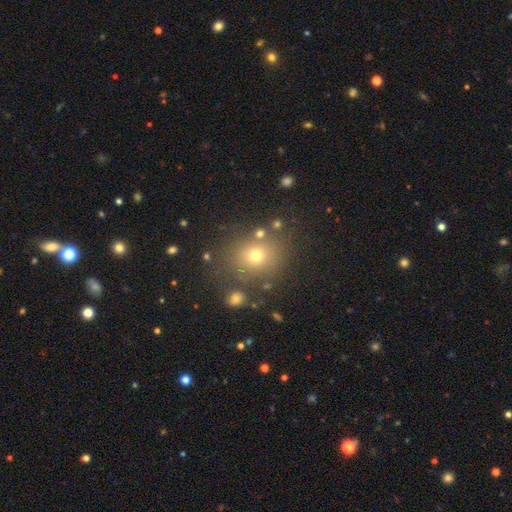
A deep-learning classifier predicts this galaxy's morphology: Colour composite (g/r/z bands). It shows a smooth galaxy with no disk features (67%) that is round (74%). Merging: none (78%).